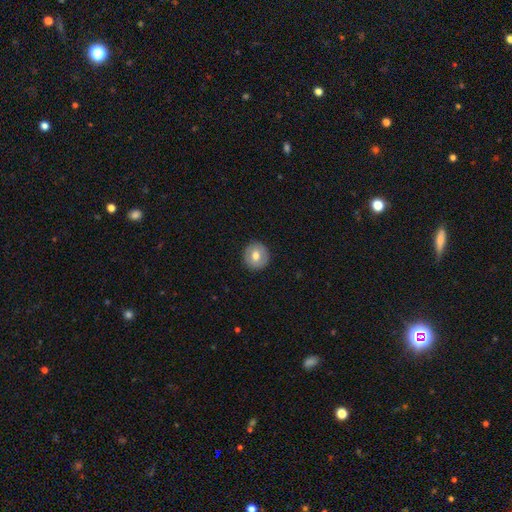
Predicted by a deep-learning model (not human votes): A smooth galaxy with no disk features (72%) that is round (94%). Merging: none (92%).